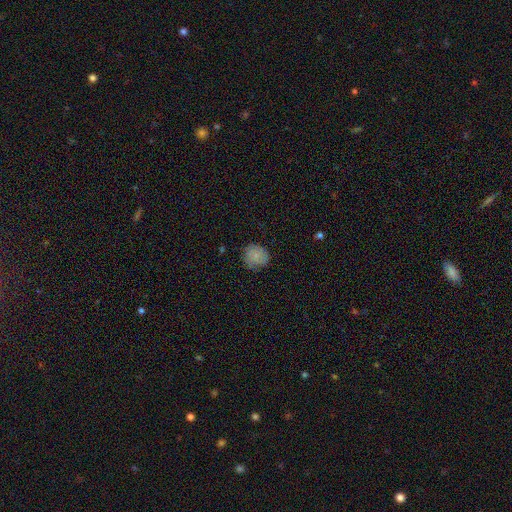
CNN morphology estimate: Overall: smooth (68%). How rounded: round (82%). Merging: none (73%).